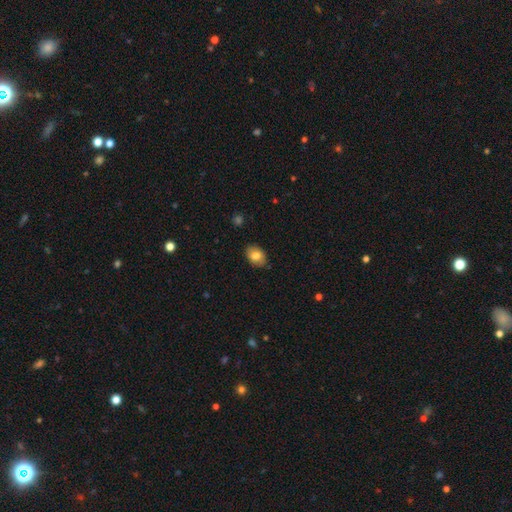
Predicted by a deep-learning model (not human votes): smooth 81%, featured or disk 11%, star or artifact 8%. Down the decision tree: how rounded — in between (76%); merging — none (84%).